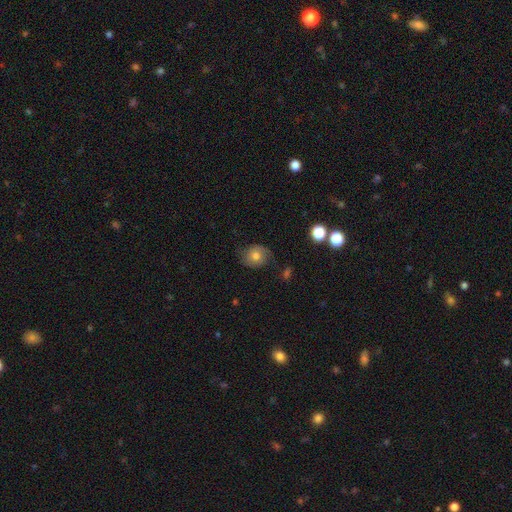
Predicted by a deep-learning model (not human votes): A smooth galaxy with no disk features (59%) that is round (71%). Merging: none (70%).